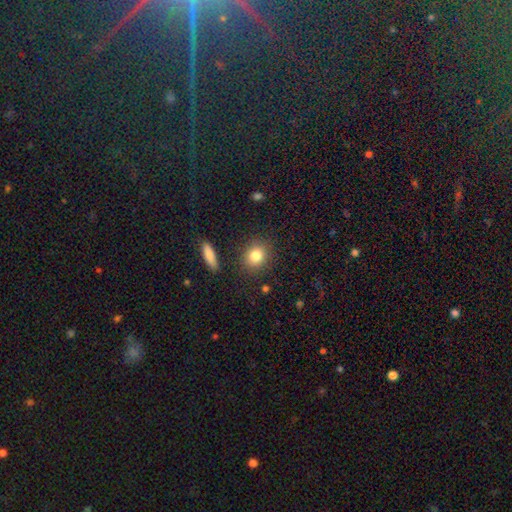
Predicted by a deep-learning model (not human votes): The model was most divided on "how rounded": round: 63%, in between: 35%, cigar-shaped: 2%. More confident: merging — none (85%); smooth or featured — smooth (83%).